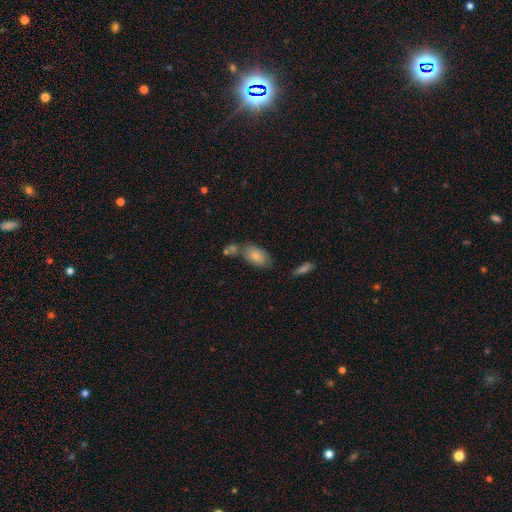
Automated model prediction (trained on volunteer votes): smooth-or-featured: smooth: 80% | featured or disk: 13% | star or artifact: 7%
  how-rounded: in between: 92% | round: 4% | cigar-shaped: 4%
  merging: none: 52% | merger: 22% | minor disturbance: 19% | major disturbance: 6%